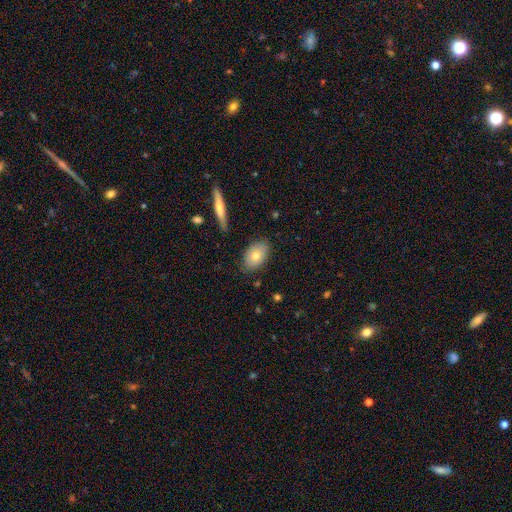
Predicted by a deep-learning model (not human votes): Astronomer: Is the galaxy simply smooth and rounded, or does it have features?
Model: smooth — 72%.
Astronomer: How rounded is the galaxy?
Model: in between — 89%.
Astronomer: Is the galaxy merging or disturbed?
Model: none — 82%.